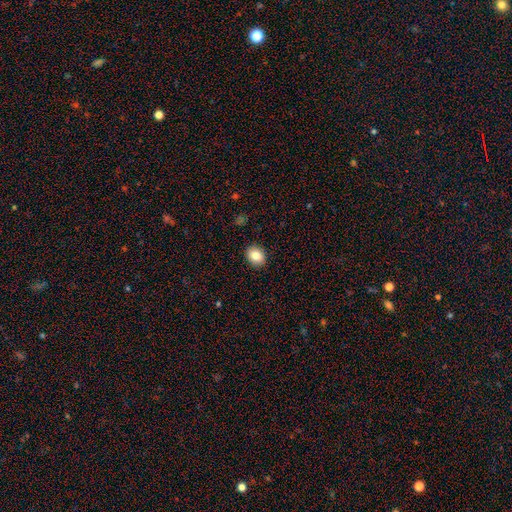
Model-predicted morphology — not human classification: Smooth or featured? smooth (85%)
How rounded? in between (56%)
Merging? none (90%)